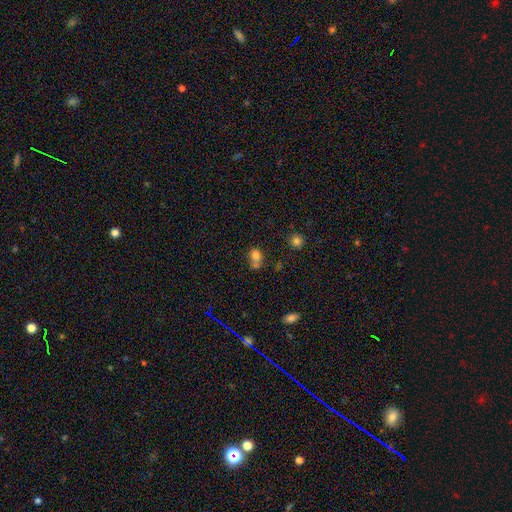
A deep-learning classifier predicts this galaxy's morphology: Smooth or featured?
  - smooth: 76% *
  - star or artifact: 13%
  - featured or disk: 11%
How rounded?
  - round: 53% *
  - in between: 45%
  - cigar-shaped: 1%
Merging?
  - none: 40% *
  - merger: 36%
  - minor disturbance: 17%
  - major disturbance: 7%